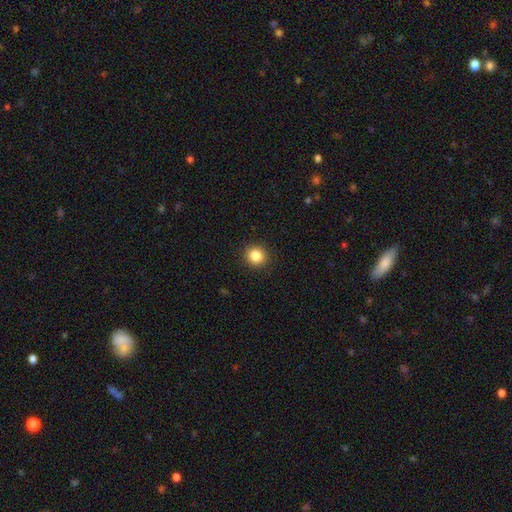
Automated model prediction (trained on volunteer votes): Morphology: type=smooth (85%); roundness=round (90%); merging=none (92%).